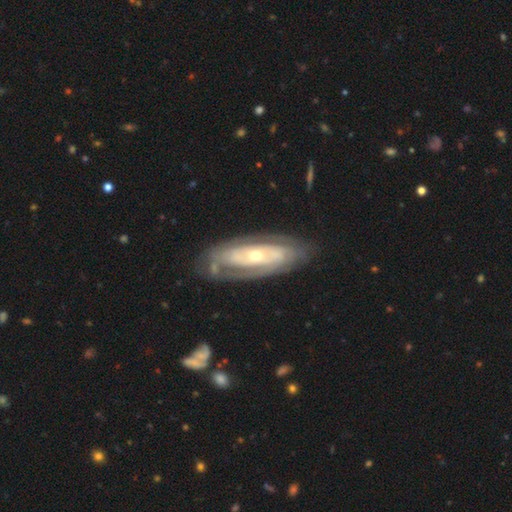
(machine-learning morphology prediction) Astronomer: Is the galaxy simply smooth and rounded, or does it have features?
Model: featured or disk — 81%.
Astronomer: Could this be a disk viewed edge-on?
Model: no — 88%.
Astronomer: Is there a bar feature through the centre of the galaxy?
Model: no — 72%.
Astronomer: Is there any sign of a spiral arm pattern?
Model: yes — 78%.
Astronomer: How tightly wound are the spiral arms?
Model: tight — 69%.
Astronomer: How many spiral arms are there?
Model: can't tell — 49% (runner-up: 2, 33%).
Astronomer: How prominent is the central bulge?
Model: small — 48% (runner-up: moderate, 47%).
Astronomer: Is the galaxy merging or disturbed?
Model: none — 74%.